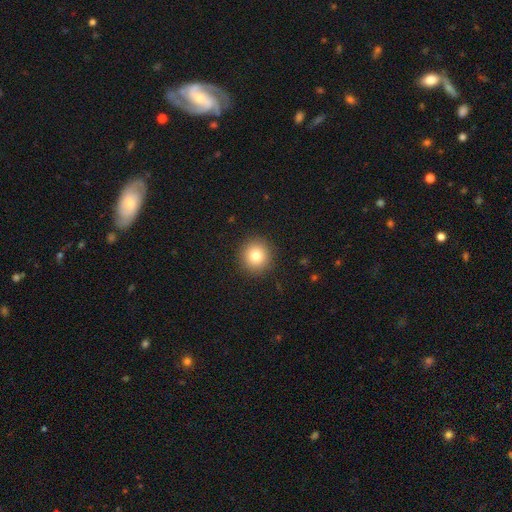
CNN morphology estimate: A smooth galaxy with no disk features (81%) that is round (92%). Merging: none (91%).